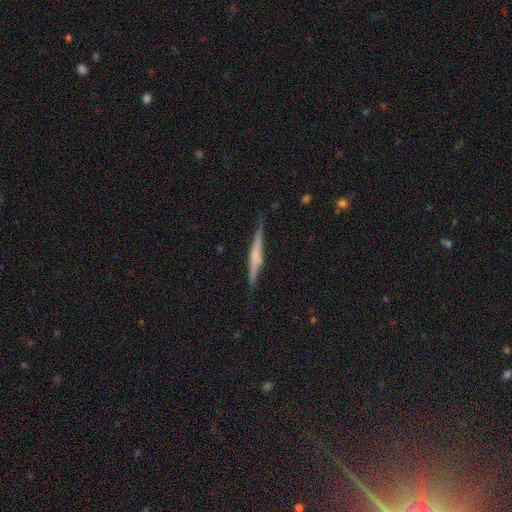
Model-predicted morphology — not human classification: Smooth or featured? featured or disk (67%)
Edge-on disk? yes (97%)
Edge-on bulge? rounded (47%)
Merging? none (84%)